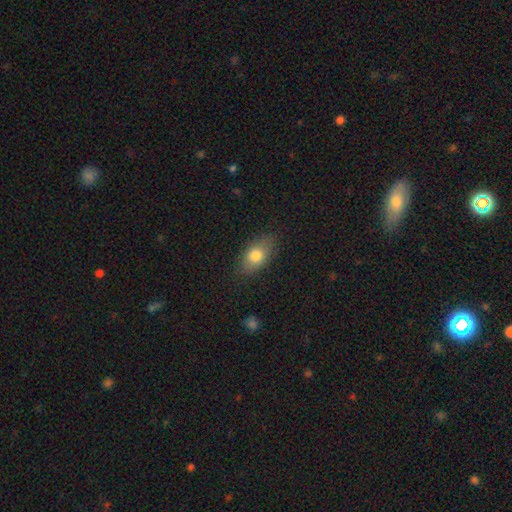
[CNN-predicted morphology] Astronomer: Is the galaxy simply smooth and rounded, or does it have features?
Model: smooth — 76%.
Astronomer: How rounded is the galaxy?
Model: in between — 85%.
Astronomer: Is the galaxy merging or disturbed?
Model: none — 81%.